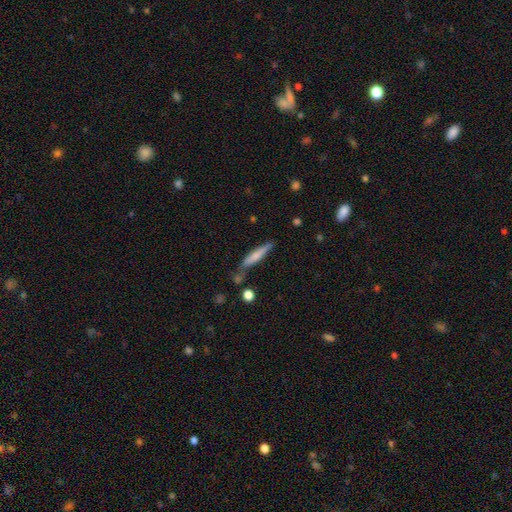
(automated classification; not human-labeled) Morphology: type=smooth (64%); roundness=cigar-shaped (90%); merging=none (66%).